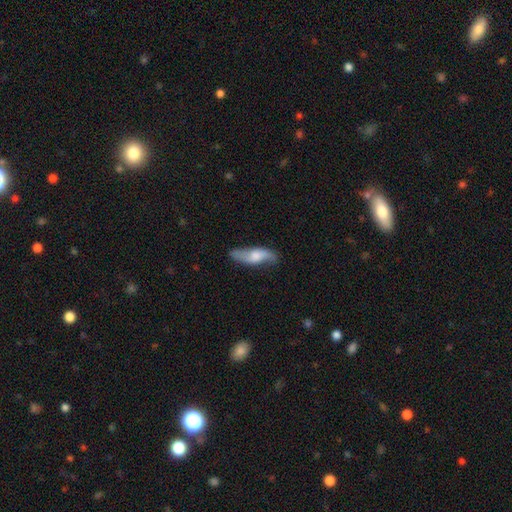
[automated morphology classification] This is possibly a featured or disk galaxy (53%). It is likely not viewed edge-on (70%). Merging: likely none (77%).